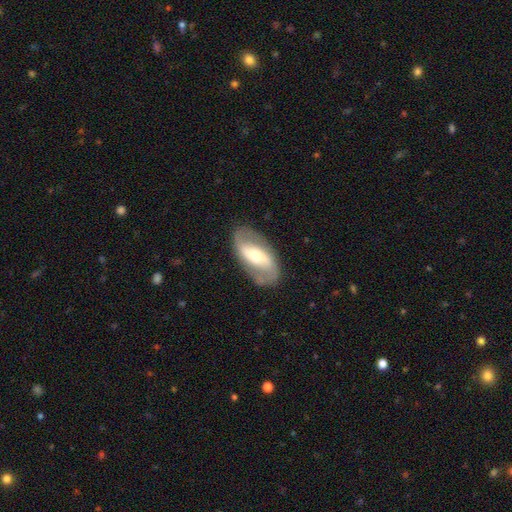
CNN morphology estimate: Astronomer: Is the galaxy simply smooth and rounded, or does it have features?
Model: featured or disk — 78%.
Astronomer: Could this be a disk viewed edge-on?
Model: no — 93%.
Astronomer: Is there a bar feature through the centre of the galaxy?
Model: strong — 44% (runner-up: weak, 32%).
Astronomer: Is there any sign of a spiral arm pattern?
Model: yes — 85%.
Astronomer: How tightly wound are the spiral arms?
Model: loose — 50% (runner-up: medium, 35%).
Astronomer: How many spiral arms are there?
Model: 2 — 90%.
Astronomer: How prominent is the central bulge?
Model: moderate — 57% (runner-up: small, 32%).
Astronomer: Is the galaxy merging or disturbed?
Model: none — 83%.